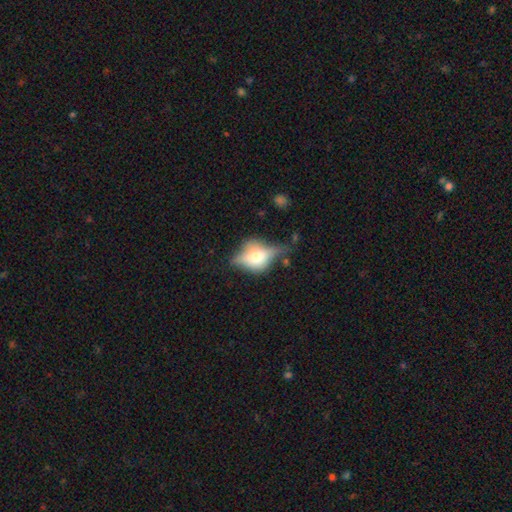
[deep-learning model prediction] Morphology: type=featured or disk (53%); edge-on=yes (76%); merging=none (50%).